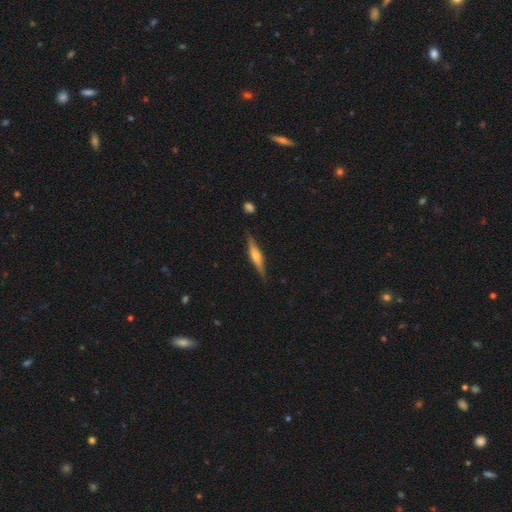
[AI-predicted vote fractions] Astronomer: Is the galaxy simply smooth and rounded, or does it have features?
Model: featured or disk — 66%.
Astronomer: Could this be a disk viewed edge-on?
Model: yes — 96%.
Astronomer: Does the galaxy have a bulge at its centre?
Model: rounded — 84%.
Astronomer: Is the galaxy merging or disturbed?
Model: none — 87%.